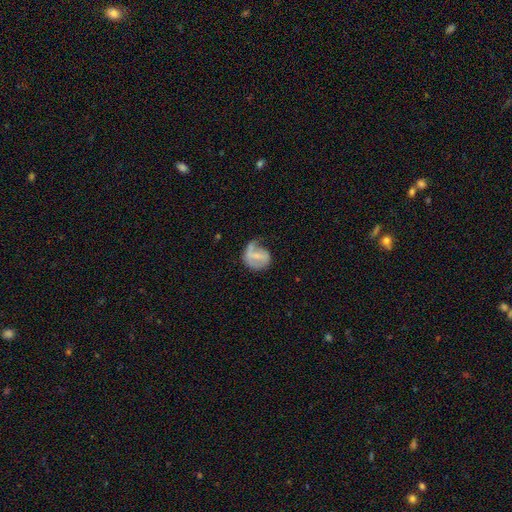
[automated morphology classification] This appears to be a featured or disk galaxy (51%). Merging: none (34%).